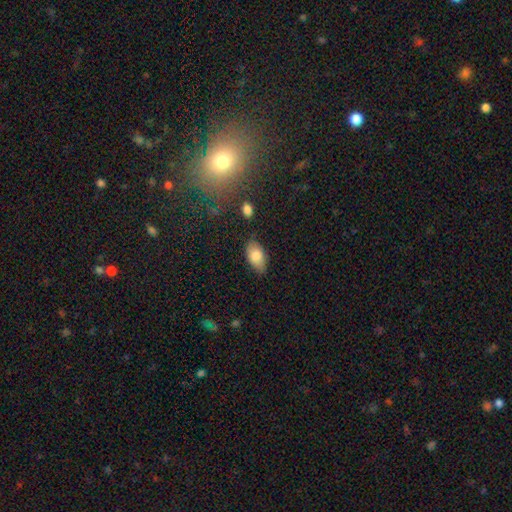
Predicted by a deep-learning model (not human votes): This is clearly a smooth galaxy (81%). How rounded: clearly in between (93%). Merging: likely none (76%).